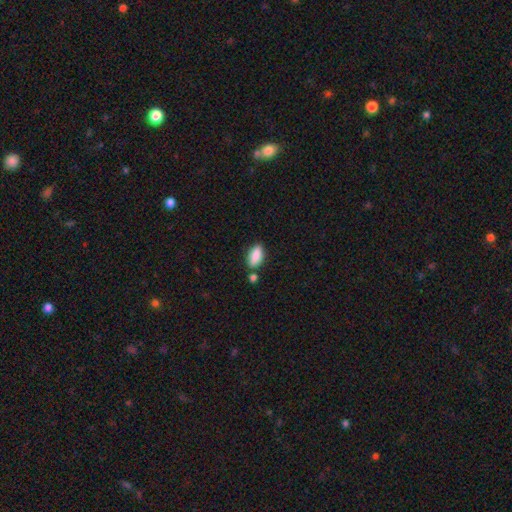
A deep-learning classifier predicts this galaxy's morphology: A smooth galaxy with no disk features (88%) that is in between round and cigar-shaped (88%).

Vote fractions:
- Smooth or featured? smooth: 88% / star or artifact: 7% / featured or disk: 5%
- How rounded? in between: 88% / cigar-shaped: 9% / round: 3%
- Merging? none: 72% / minor disturbance: 14% / merger: 11% / major disturbance: 3%